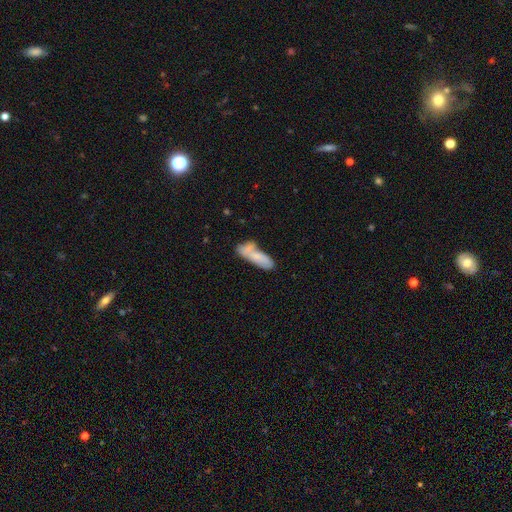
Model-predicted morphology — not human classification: This appears to be a smooth galaxy with no disk features (66%) that is cigar-shaped (50%). Merging: none (41%).